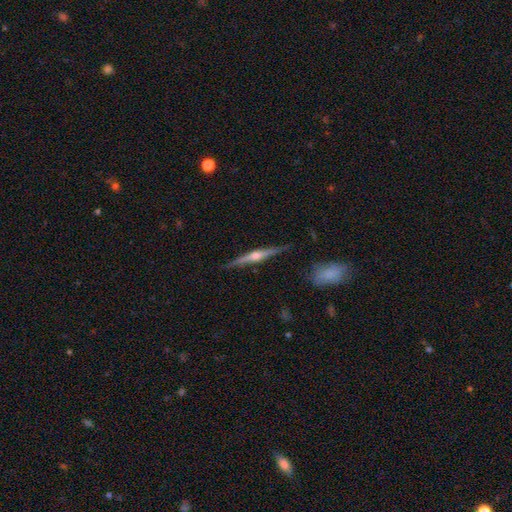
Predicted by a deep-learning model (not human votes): Smooth or featured: featured or disk — 78% (smooth — 16%)
Edge-on disk: yes — 98% (no — 2%)
Edge-on bulge: rounded — 90% (none — 5%)
Merging: none — 86% (minor disturbance — 10%)